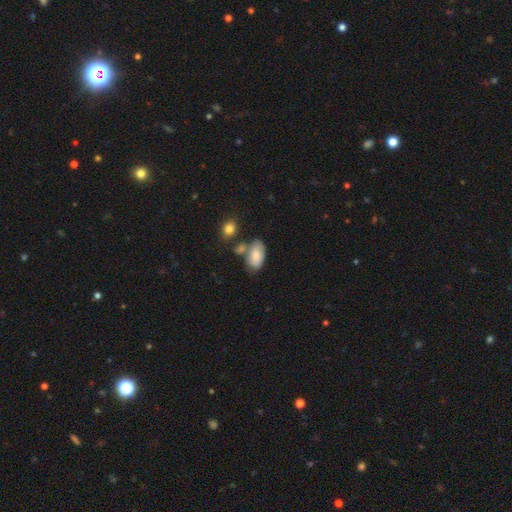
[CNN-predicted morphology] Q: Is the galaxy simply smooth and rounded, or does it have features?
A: smooth — 77%.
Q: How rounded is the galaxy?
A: in between — 94%.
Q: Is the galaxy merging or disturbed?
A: none — 45%.